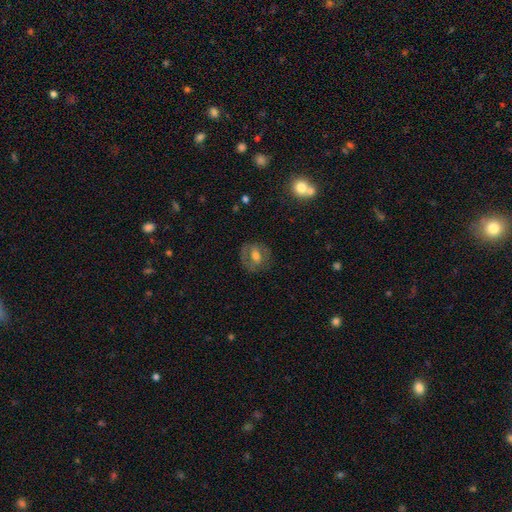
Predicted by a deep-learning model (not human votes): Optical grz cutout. It shows a featured or disk galaxy (46%). Merging: none (73%).